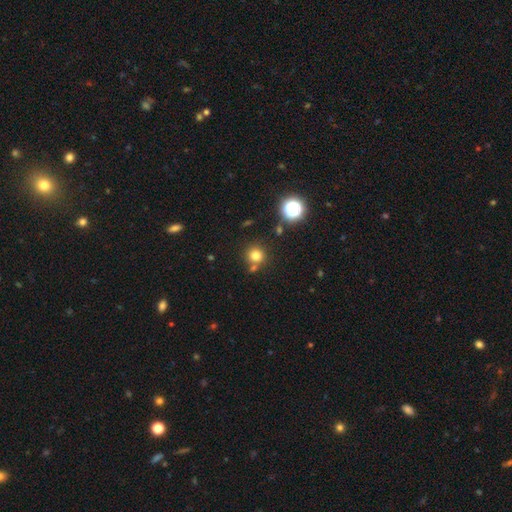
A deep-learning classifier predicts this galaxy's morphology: This appears to be a smooth galaxy with no disk features (76%) that is round (92%). Merging: none (72%).